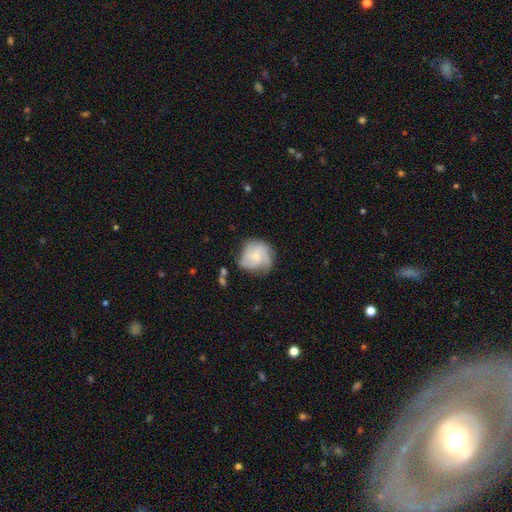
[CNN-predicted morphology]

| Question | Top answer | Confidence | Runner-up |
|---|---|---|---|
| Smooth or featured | featured or disk | 70% | smooth (23%) |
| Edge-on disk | no | 98% | yes (2%) |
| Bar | no | 76% | weak (21%) |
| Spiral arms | yes | 93% | no (7%) |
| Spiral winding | tight | 48% | medium (38%) |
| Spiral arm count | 3 | 40% | can't tell (21%) |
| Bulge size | small | 65% | moderate (27%) |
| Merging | none | 63% | minor disturbance (24%) |